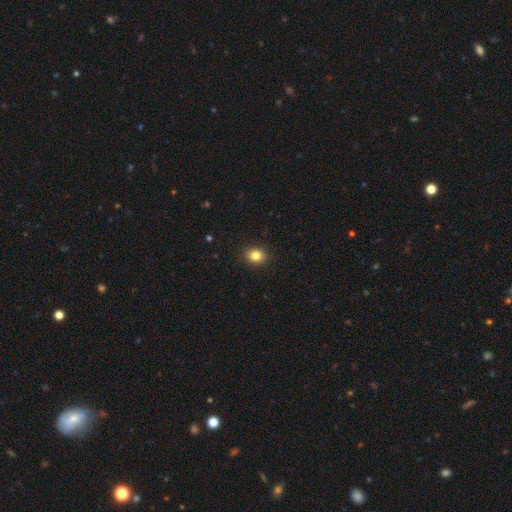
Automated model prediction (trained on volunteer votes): Morphology: type=smooth (83%); roundness=round (58%); merging=none (91%).